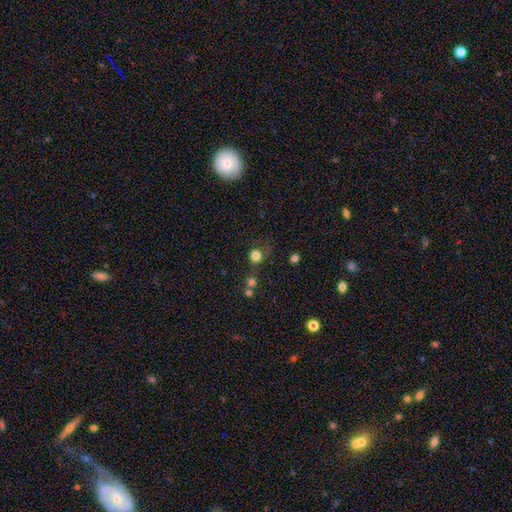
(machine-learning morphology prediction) A smooth galaxy with no disk features (80%) that is round (85%). Merging: none (64%).